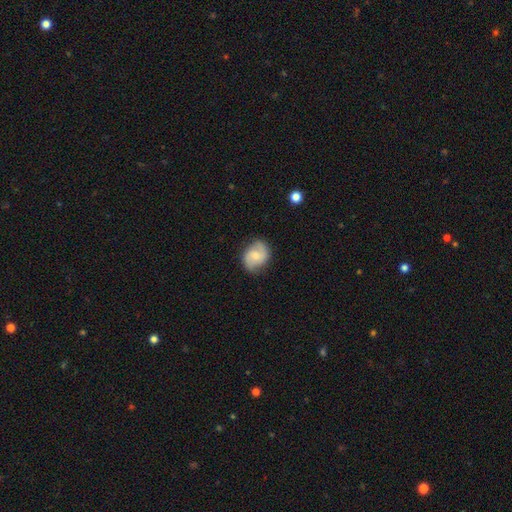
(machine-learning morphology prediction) Smooth or featured?
  - featured or disk: 56% *
  - smooth: 37%
  - star or artifact: 7%
Edge-on disk?
  - no: 97% *
  - yes: 3%
Bar?
  - no: 50% *
  - weak: 42%
  - strong: 8%
Spiral arms?
  - yes: 90% *
  - no: 10%
Bulge size?
  - moderate: 44% * (tied)
  - small: 44% * (tied)
  - none: 7%
  - large: 4%
  - dominant: 1%
Merging?
  - none: 77% *
  - minor disturbance: 18%
  - major disturbance: 4%
  - merger: 1%